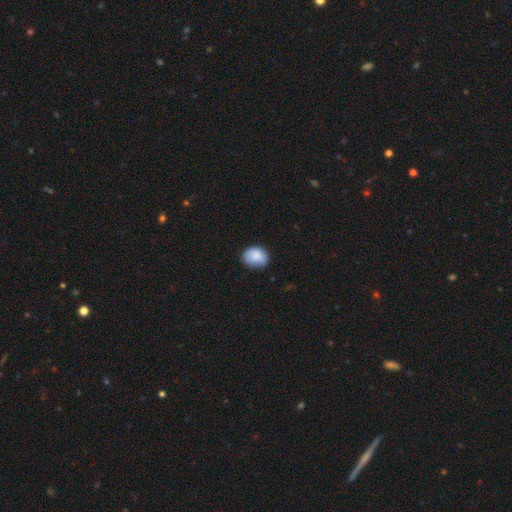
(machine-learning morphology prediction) A smooth galaxy with no disk features (88%) that is in between round and cigar-shaped (55%).

Vote fractions:
- Smooth or featured? smooth: 88% / star or artifact: 7% / featured or disk: 5%
- How rounded? in between: 55% / round: 44% / cigar-shaped: 1%
- Merging? none: 72% / minor disturbance: 23% / major disturbance: 4% / merger: 1%